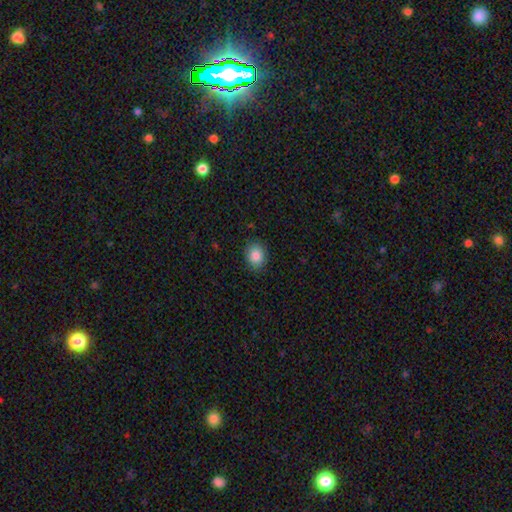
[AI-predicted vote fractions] smooth-or-featured: smooth: 86% | star or artifact: 8% | featured or disk: 6%
  how-rounded: in between: 57% | round: 42% | cigar-shaped: 1%
  merging: none: 87% | minor disturbance: 10% | major disturbance: 2% | merger: 1%